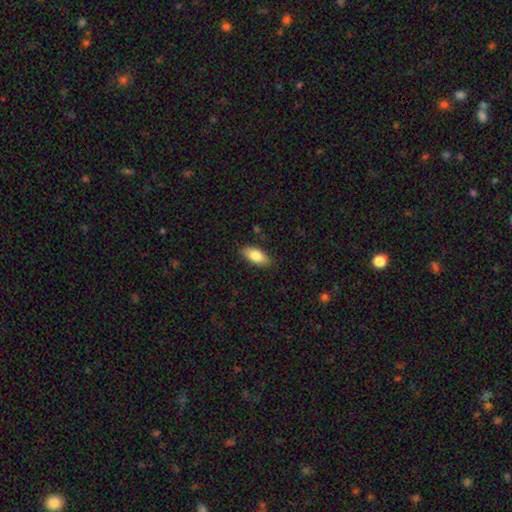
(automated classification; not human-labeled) Overall: smooth (81%). How rounded: in between (89%). Merging: none (86%).